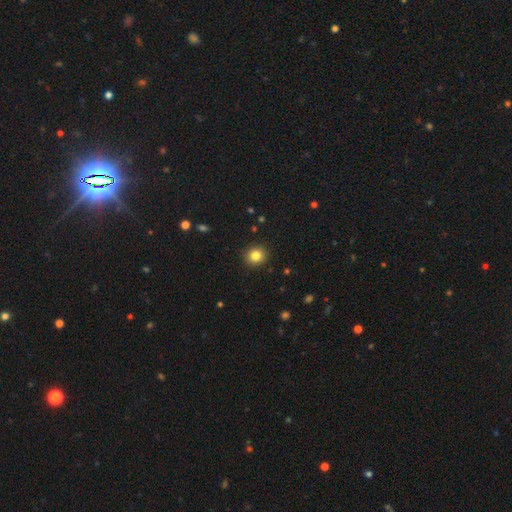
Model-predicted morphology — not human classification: Q: Smooth or featured?
A: smooth (83%); runner-up: star or artifact (11%)
Q: How rounded?
A: round (89%); runner-up: in between (10%)
Q: Merging?
A: none (92%); runner-up: minor disturbance (6%)